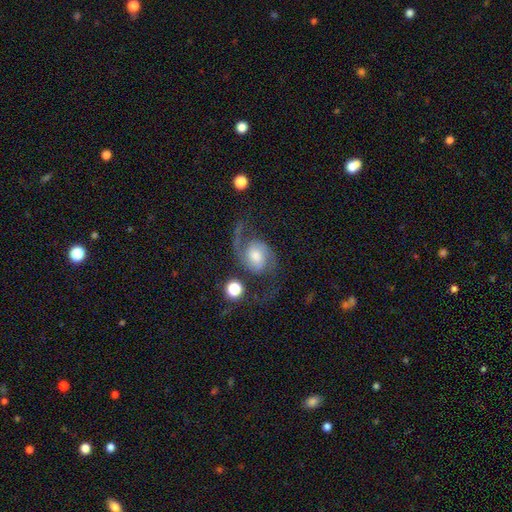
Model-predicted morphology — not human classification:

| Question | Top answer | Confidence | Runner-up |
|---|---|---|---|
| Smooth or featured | featured or disk | 88% | smooth (7%) |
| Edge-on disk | no | 98% | yes (2%) |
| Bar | no | 63% | weak (31%) |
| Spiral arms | yes | 98% | no (2%) |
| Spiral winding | medium | 45% | loose (42%) |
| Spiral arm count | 2 | 92% | 1 (3%) |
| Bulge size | moderate | 54% | large (21%) |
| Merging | none | 67% | minor disturbance (16%) |